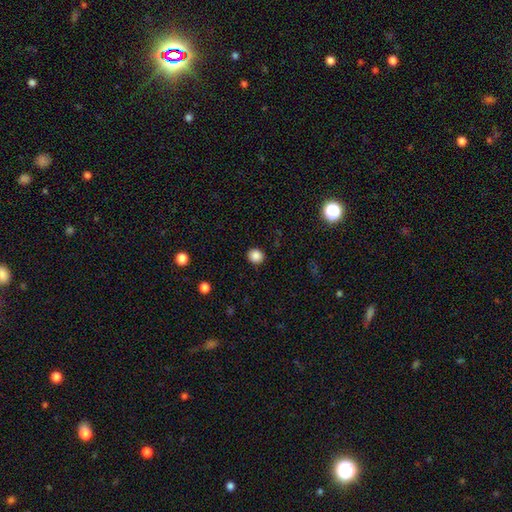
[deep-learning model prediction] A smooth galaxy with no disk features (86%) that is round (88%).

Vote fractions:
- Smooth or featured? smooth: 86% / star or artifact: 11% / featured or disk: 3%
- How rounded? round: 88% / in between: 11% / cigar-shaped: 1%
- Merging? none: 91% / minor disturbance: 6% / major disturbance: 2% / merger: 1%